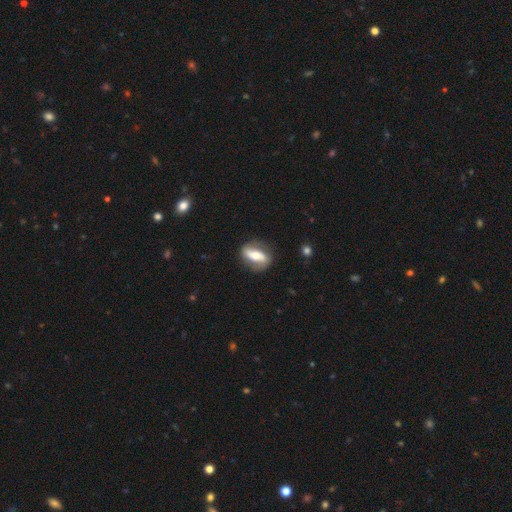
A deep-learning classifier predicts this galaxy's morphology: Smooth or featured? Predicted: featured or disk (p=0.69). Edge-on disk? Predicted: no (p=0.84). Bar? Predicted: strong (p=0.55). Spiral arms? Predicted: yes (p=0.74). Bulge size? Predicted: moderate (p=0.67). Merging? Predicted: none (p=0.80).